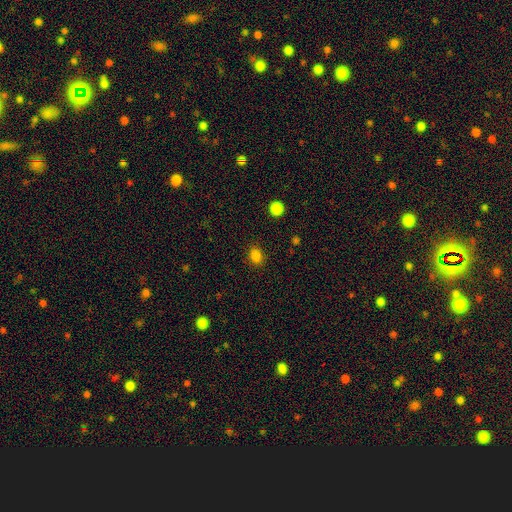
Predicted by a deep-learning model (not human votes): Overall: smooth (84%). How rounded: in between (65%; round 34%). Merging: none (87%).